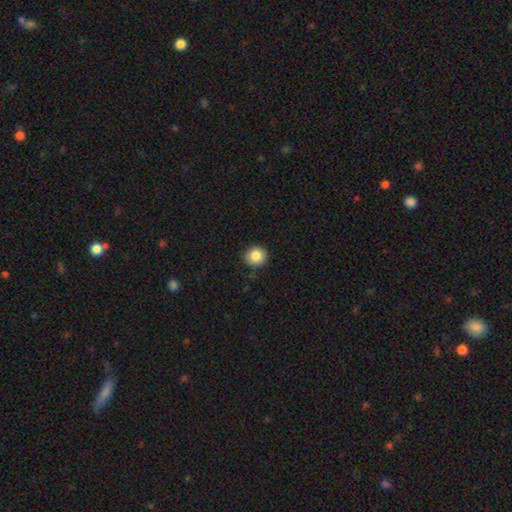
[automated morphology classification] The model was most divided on "smooth or featured": smooth: 85%, star or artifact: 9%, featured or disk: 5%. More confident: how rounded — round (91%); merging — none (90%).